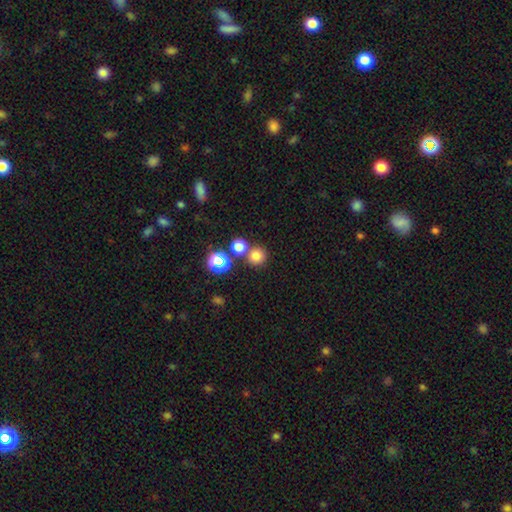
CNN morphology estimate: Smooth or featured: smooth — 75% (star or artifact — 18%)
How rounded: round — 92% (in between — 7%)
Merging: none — 68% (merger — 22%)